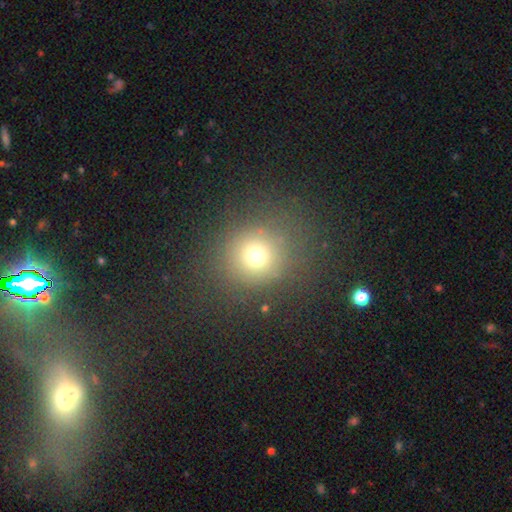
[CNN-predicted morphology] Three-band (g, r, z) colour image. It shows a smooth galaxy with no disk features (72%) that is round (86%). Merging: none (82%).